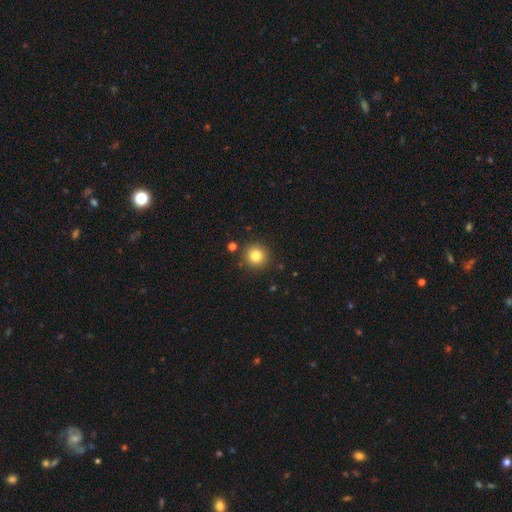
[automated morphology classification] smooth 81%, star or artifact 12%, featured or disk 7%. Down the decision tree: how rounded — round (94%); merging — none (88%).